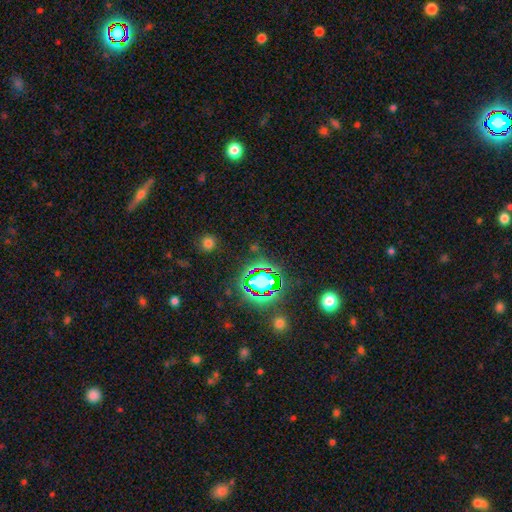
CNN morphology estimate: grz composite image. It shows a star or artifact, not a galaxy (79%).